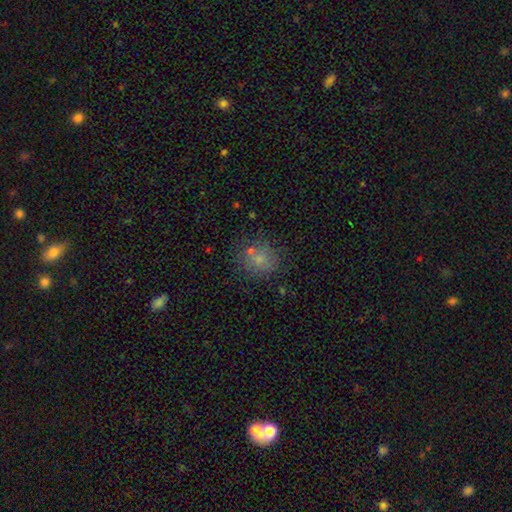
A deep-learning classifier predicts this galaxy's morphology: smooth_or_featured: smooth (p=0.66) [alt: star or artifact p=0.23]
how_rounded: round (p=0.82) [alt: in between p=0.17]
merging: none (p=0.76) [alt: minor disturbance p=0.12]